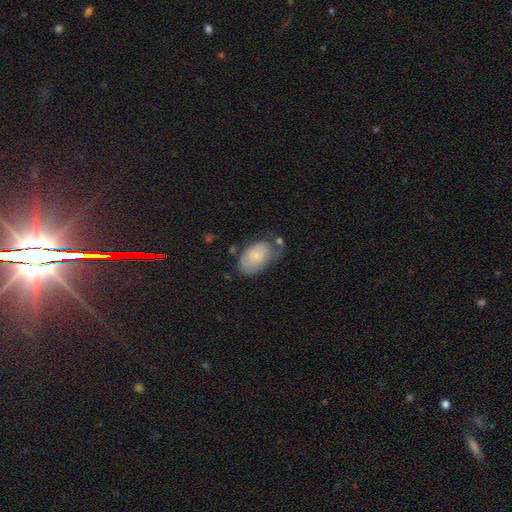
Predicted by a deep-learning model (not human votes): Morphology: type=smooth (66%); roundness=in between (92%); merging=none (40%).